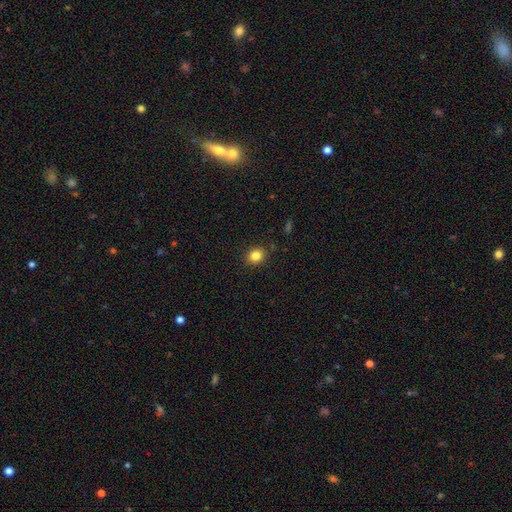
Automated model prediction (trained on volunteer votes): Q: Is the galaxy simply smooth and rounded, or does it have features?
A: smooth — 83%.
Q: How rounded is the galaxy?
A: round — 70%.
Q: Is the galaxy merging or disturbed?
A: none — 89%.